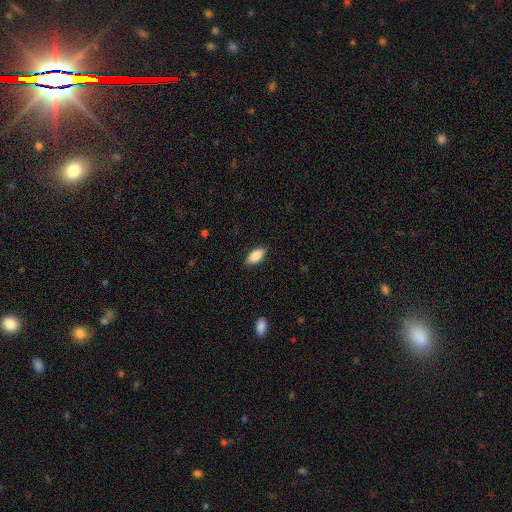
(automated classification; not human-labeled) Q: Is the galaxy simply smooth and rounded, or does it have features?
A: smooth — 86%.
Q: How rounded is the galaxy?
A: in between — 90%.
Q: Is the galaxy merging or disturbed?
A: none — 87%.